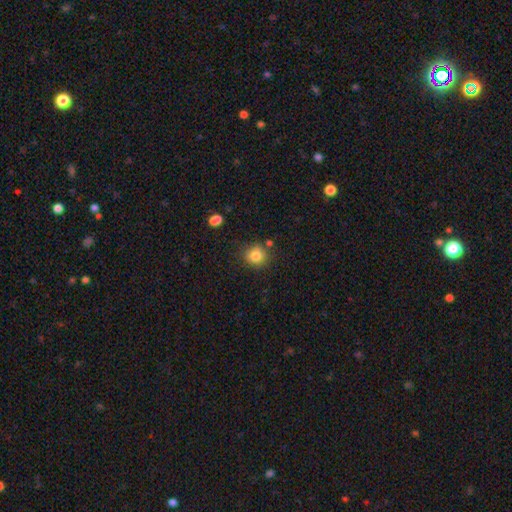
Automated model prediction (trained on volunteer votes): Smooth or featured? smooth (82%)
How rounded? round (86%)
Merging? none (80%)